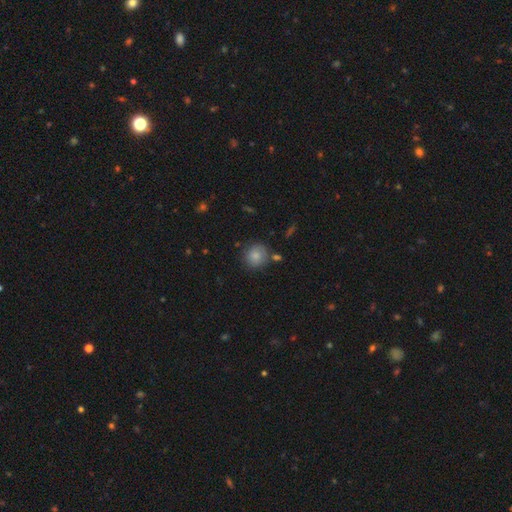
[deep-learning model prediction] The model was most divided on "merging": none: 77%, minor disturbance: 13%, merger: 6%, major disturbance: 3%. More confident: how rounded — round (85%); smooth or featured — smooth (83%).